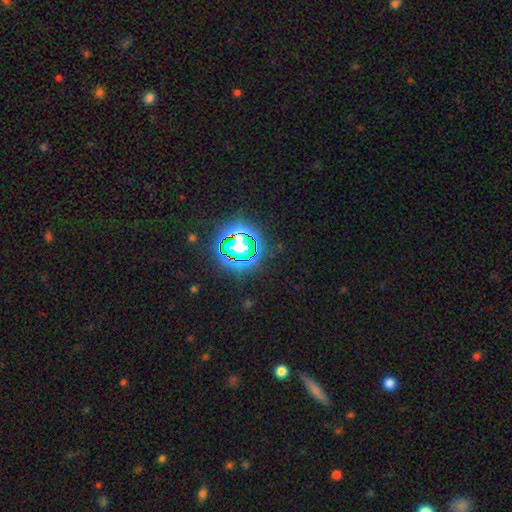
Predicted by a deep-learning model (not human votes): A star or artifact, not a galaxy (80%).